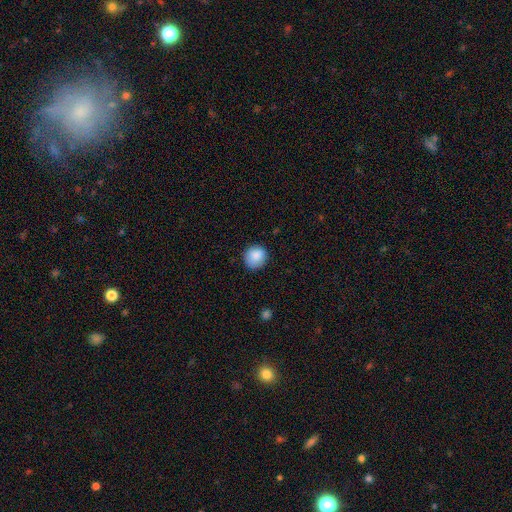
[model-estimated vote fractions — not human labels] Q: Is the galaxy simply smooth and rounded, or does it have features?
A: smooth — 87%.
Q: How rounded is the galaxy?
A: round — 91%.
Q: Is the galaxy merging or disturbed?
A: none — 85%.